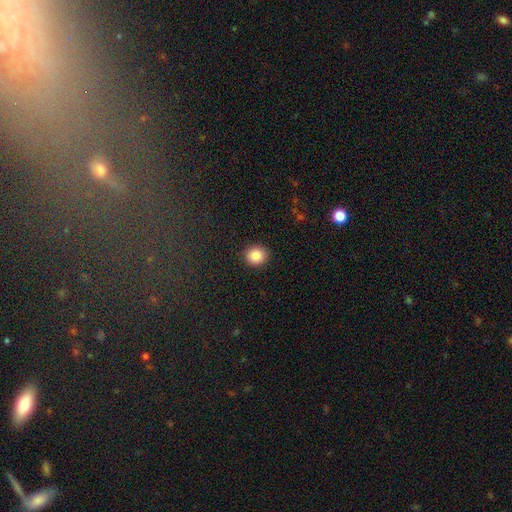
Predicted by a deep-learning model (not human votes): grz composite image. It shows a smooth galaxy with no disk features (87%) that is round (84%). Merging: none (91%).